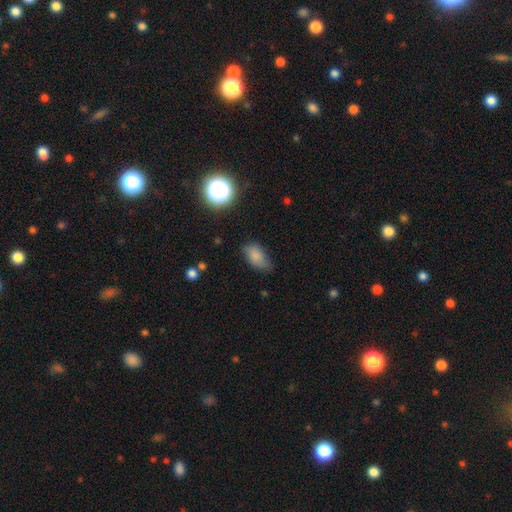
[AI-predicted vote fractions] smooth-or-featured: smooth: 79% | star or artifact: 11% | featured or disk: 10%
  how-rounded: in between: 90% | round: 7% | cigar-shaped: 3%
  merging: none: 64% | minor disturbance: 27% | major disturbance: 7% | merger: 2%